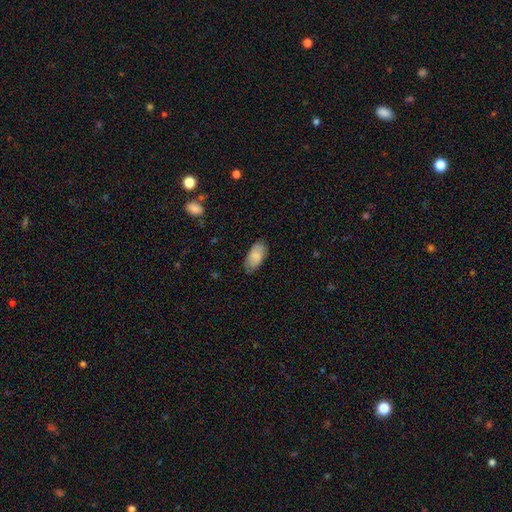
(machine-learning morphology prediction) type=smooth (83%); roundness=in between (94%); merging=none (80%).